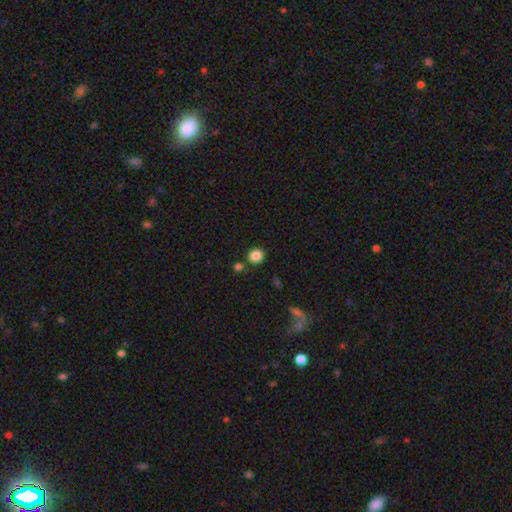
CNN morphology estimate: smooth-or-featured: smooth: 85% | star or artifact: 10% | featured or disk: 4%
  how-rounded: round: 85% | in between: 14% | cigar-shaped: 1%
  merging: none: 82% | minor disturbance: 8% | merger: 8% | major disturbance: 3%